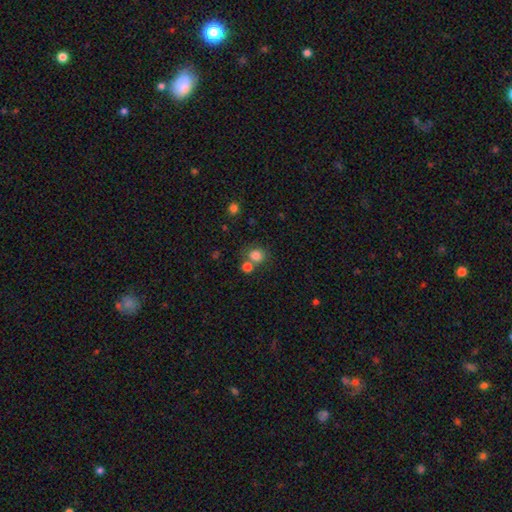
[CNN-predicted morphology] type=smooth (81%); roundness=round (72%); merging=none (59%).